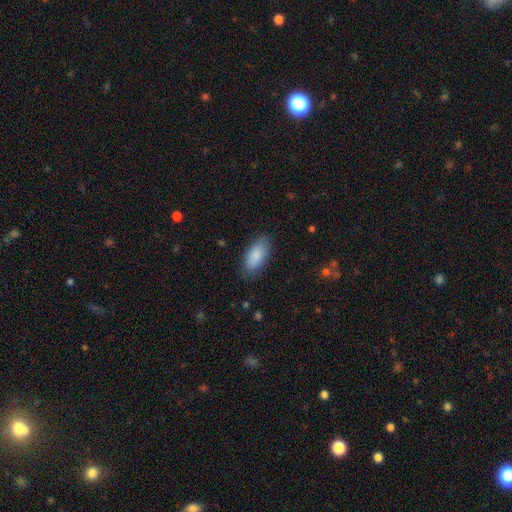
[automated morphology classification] type=smooth (88%); roundness=in between (92%); merging=none (82%).